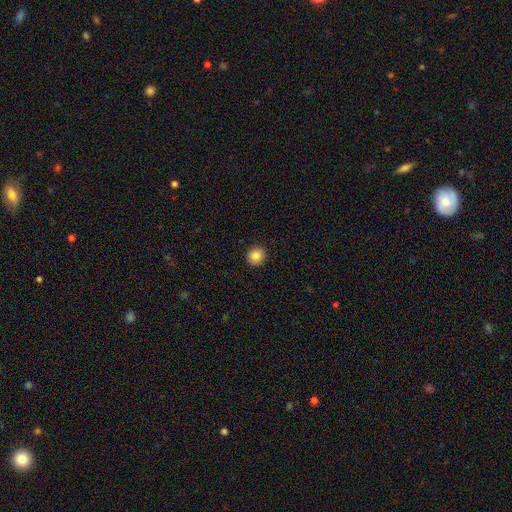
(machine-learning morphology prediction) Smooth or featured: smooth — 85% (star or artifact — 10%)
How rounded: round — 87% (in between — 12%)
Merging: none — 91% (minor disturbance — 6%)